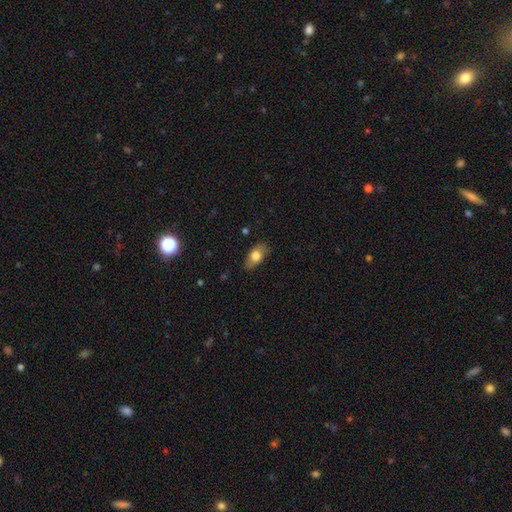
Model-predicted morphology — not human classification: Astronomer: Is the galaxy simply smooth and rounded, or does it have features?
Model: smooth — 75%.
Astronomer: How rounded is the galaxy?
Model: in between — 88%.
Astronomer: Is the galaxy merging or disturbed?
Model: none — 80%.